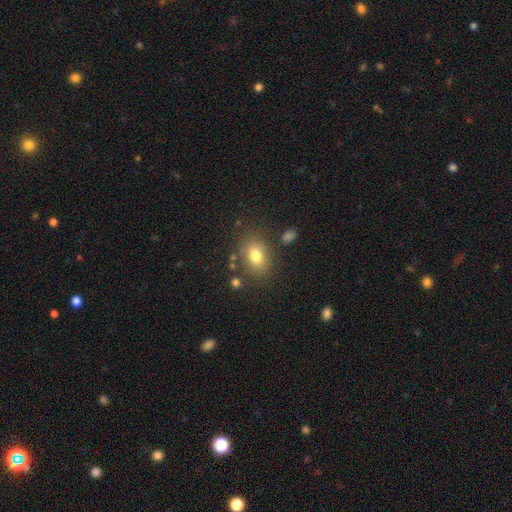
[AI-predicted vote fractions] smooth_or_featured: smooth (p=0.77) [alt: featured or disk p=0.12]
how_rounded: in between (p=0.70) [alt: round p=0.29]
merging: none (p=0.76) [alt: minor disturbance p=0.14]